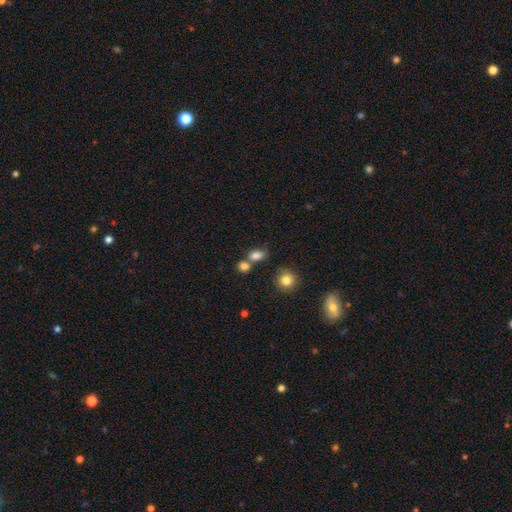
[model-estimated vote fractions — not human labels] smooth 83%, star or artifact 11%, featured or disk 7%. Down the decision tree: how rounded — in between (73%); merging — none (53%).